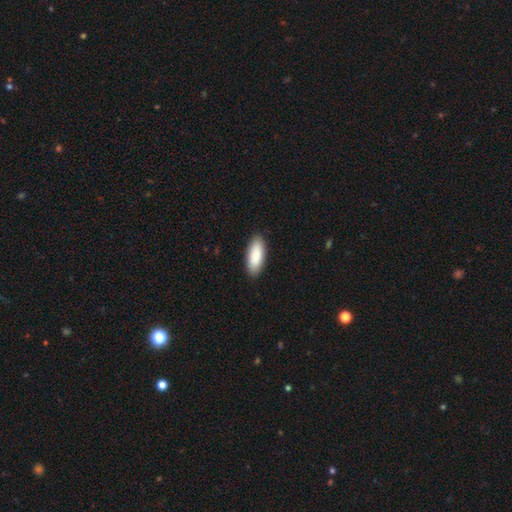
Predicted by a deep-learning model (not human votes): A smooth galaxy with no disk features (90%) that is in between round and cigar-shaped (78%). Merging: none (89%).